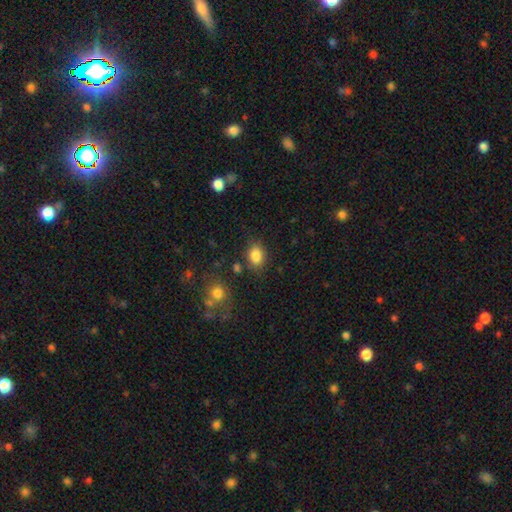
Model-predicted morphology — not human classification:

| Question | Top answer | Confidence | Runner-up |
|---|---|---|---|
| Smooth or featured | smooth | 85% | star or artifact (10%) |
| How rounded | in between | 70% | round (29%) |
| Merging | none | 77% | minor disturbance (14%) |